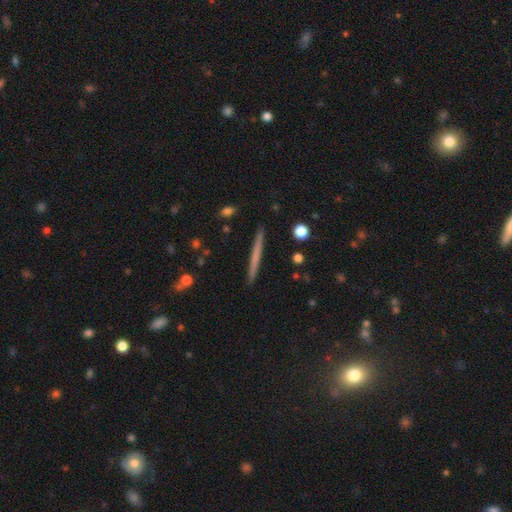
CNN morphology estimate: This appears to be a smooth galaxy with no disk features (54%) that is cigar-shaped (96%). Merging: none (92%).